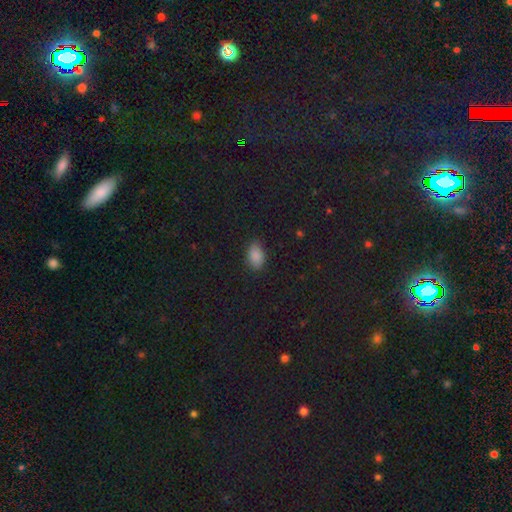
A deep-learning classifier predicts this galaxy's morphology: type=smooth (86%); roundness=in between (90%); merging=none (83%).